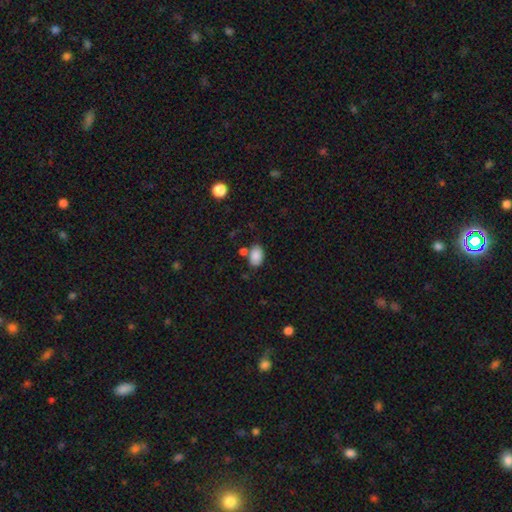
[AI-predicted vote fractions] Morphology: type=smooth (87%); roundness=in between (87%); merging=none (69%).